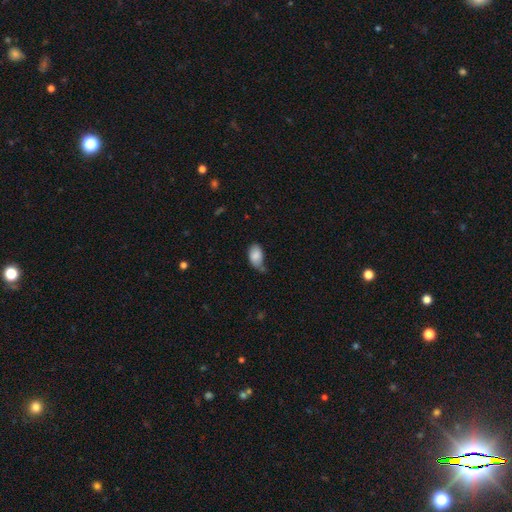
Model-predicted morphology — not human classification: Smooth or featured: smooth — 86% (featured or disk — 7%)
How rounded: in between — 90% (round — 8%)
Merging: none — 45% (minor disturbance — 36%)